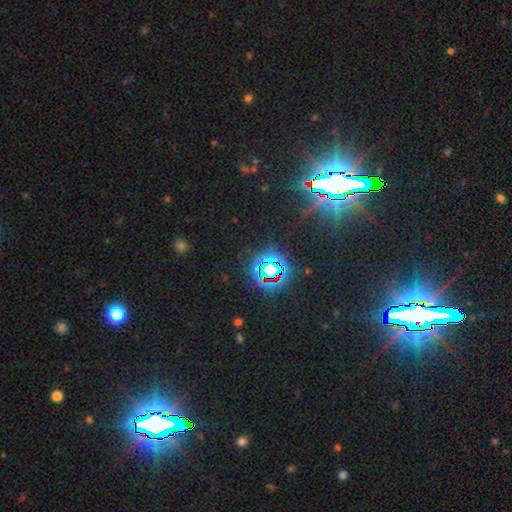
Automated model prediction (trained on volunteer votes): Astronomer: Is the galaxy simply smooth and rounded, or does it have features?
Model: star or artifact — 81%.